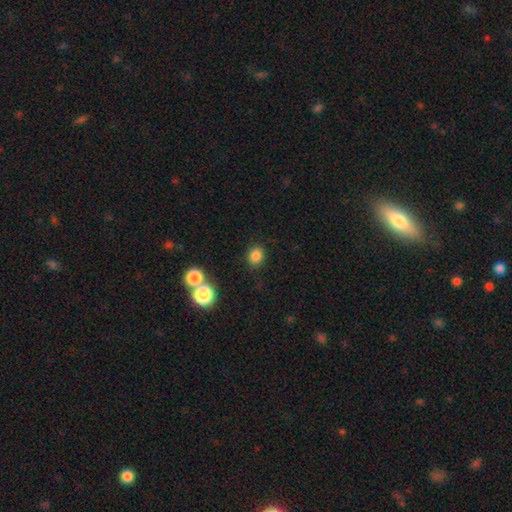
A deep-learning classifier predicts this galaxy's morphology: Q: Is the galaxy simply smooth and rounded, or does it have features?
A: smooth — 82%.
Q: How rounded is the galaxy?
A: round — 69%.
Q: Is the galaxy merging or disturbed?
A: none — 85%.